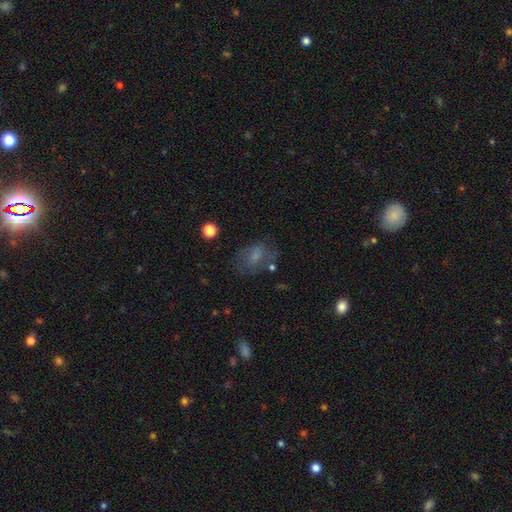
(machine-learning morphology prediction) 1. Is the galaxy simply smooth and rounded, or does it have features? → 51% smooth, 36% featured or disk, 13% star or artifact.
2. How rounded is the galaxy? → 75% in between, 23% round, 2% cigar-shaped.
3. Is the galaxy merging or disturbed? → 59% none, 21% minor disturbance, 16% major disturbance, 4% merger.